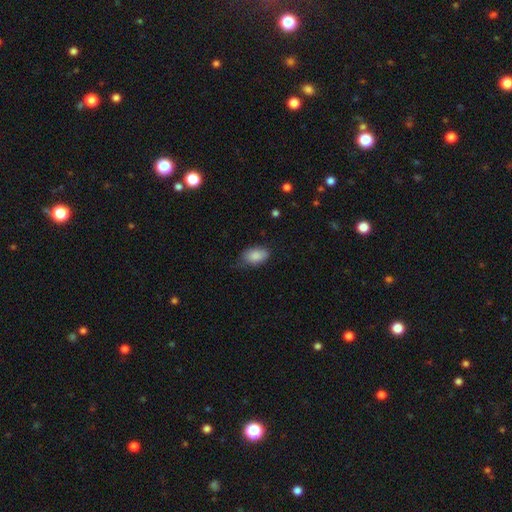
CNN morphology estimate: smooth-or-featured: smooth: 87% | star or artifact: 7% | featured or disk: 6%
  how-rounded: in between: 92% | round: 6% | cigar-shaped: 2%
  merging: none: 57% | minor disturbance: 33% | major disturbance: 8% | merger: 1%